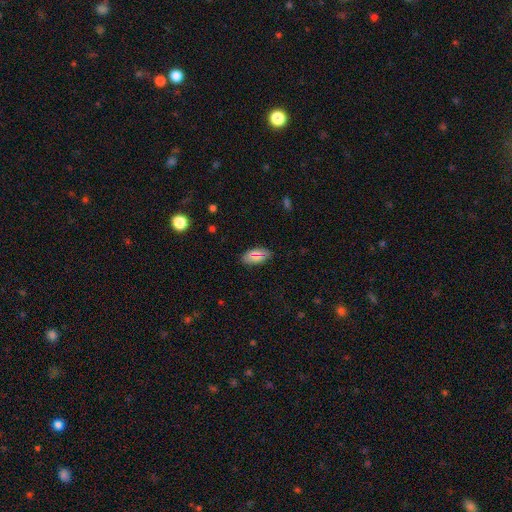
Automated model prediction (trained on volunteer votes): Smooth or featured? smooth (70%)
How rounded? in between (92%)
Merging? none (84%)